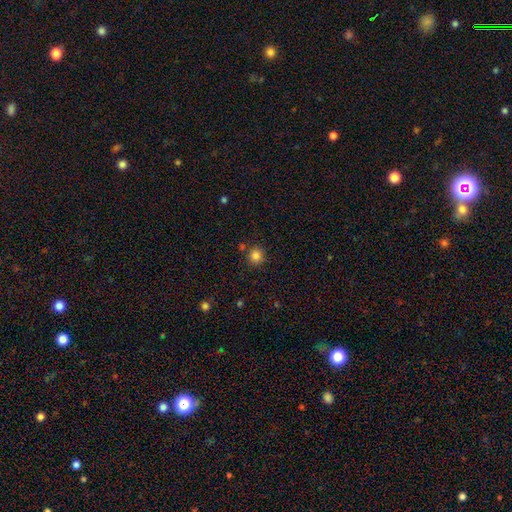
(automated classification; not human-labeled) Smooth or featured? Predicted: smooth (p=0.84). How rounded? Predicted: round (p=0.93). Merging? Predicted: none (p=0.84).